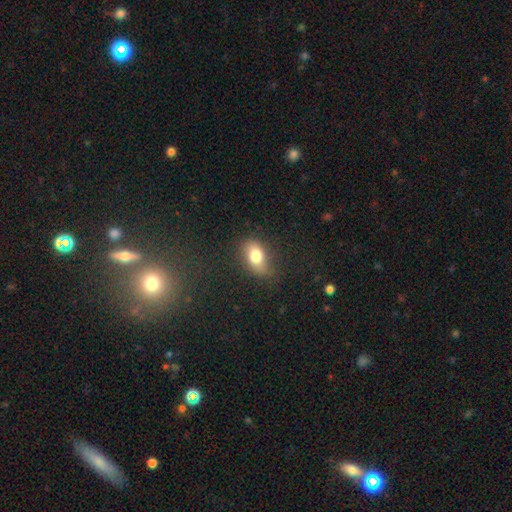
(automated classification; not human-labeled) smooth 77%, featured or disk 14%, star or artifact 9%. Down the decision tree: how rounded — in between (85%); merging — none (66%).